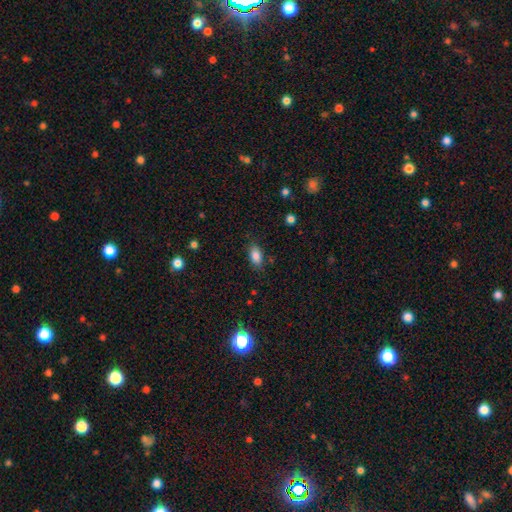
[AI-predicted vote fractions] The model was most divided on "merging": none: 82%, minor disturbance: 13%, major disturbance: 3%, merger: 2%. More confident: how rounded — in between (90%); smooth or featured — smooth (84%).